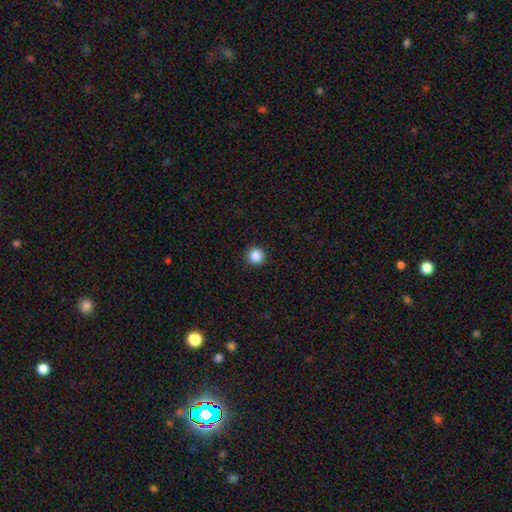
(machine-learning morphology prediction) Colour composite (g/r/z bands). It shows a smooth galaxy with no disk features (87%) that is round (96%). Merging: none (93%).